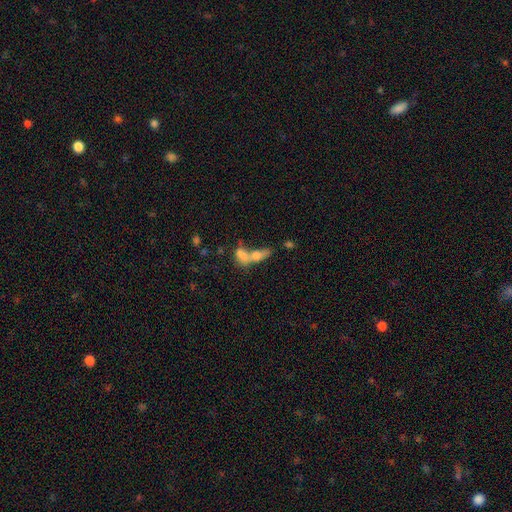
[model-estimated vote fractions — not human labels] Smooth or featured?
  - smooth: 54% *
  - featured or disk: 31%
  - star or artifact: 15%
How rounded?
  - in between: 58% *
  - cigar-shaped: 32%
  - round: 11%
Merging?
  - merger: 62% *
  - none: 21%
  - major disturbance: 10%
  - minor disturbance: 7%